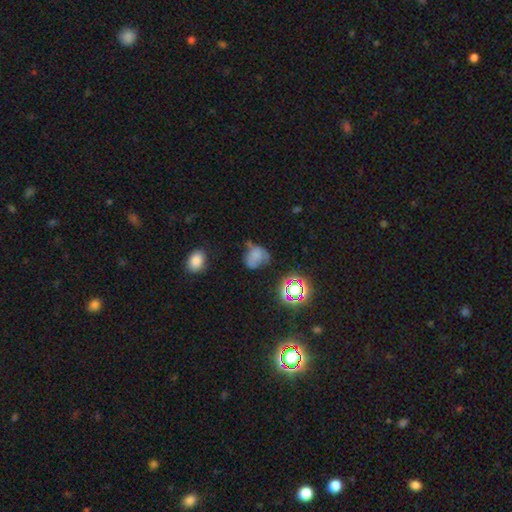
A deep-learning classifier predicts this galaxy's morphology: This appears to be a smooth galaxy with no disk features (59%) that is in between round and cigar-shaped (54%). Merging: none (33%).